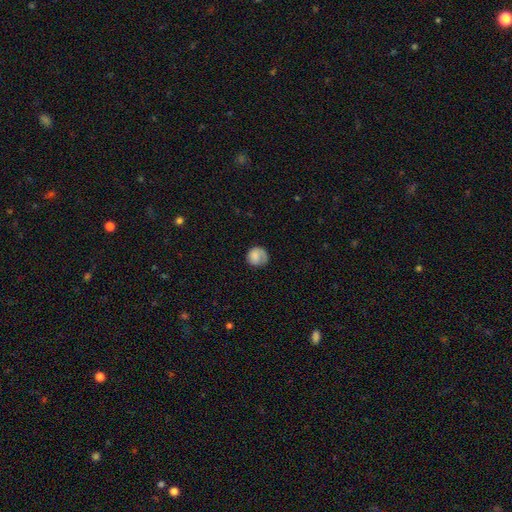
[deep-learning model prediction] smooth_or_featured: smooth (p=0.73) [alt: featured or disk p=0.20]
how_rounded: round (p=0.83) [alt: in between p=0.16]
merging: none (p=0.63) [alt: minor disturbance p=0.21]